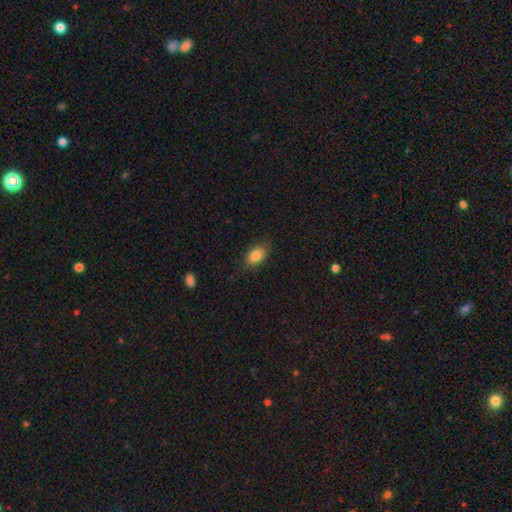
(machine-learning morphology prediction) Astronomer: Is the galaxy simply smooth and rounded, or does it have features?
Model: smooth — 84%.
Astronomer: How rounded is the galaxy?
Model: in between — 89%.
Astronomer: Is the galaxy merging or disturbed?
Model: none — 79%.